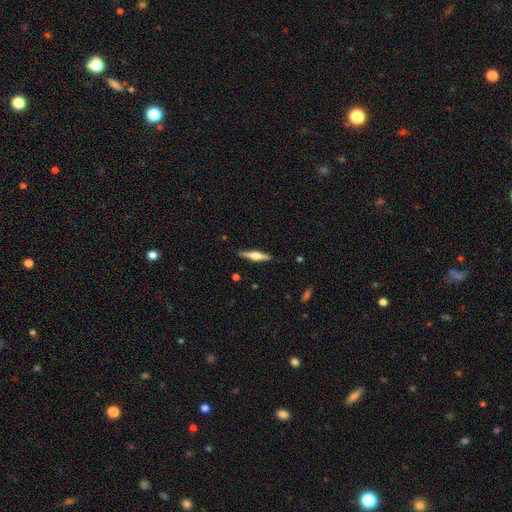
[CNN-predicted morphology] A featured or disk galaxy (65%) viewed edge-on (97%) with a rounded central bulge (90%).

Vote fractions:
- Smooth or featured? featured or disk: 65% / smooth: 29% / star or artifact: 6%
- Edge-on disk? yes: 97% / no: 3%
- Edge-on bulge? rounded: 90% / boxy: 8% / none: 3%
- Merging? none: 89% / minor disturbance: 8% / major disturbance: 2% / merger: 1%